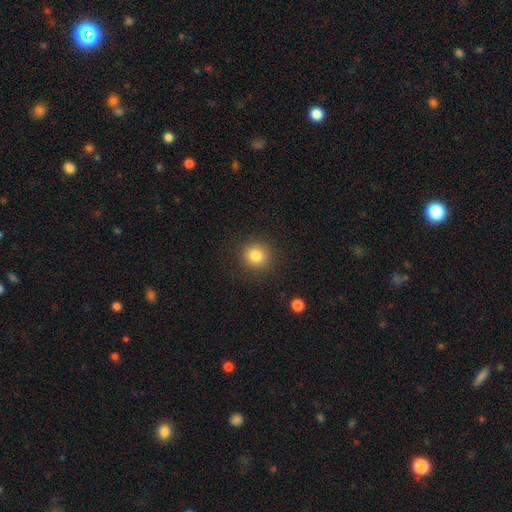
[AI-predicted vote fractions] Smooth or featured? smooth (83%)
How rounded? round (92%)
Merging? none (90%)